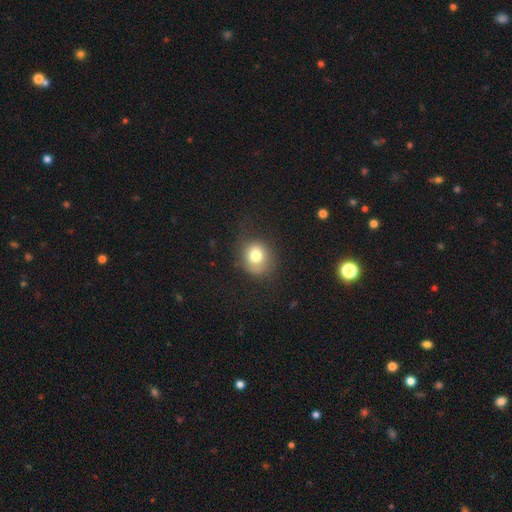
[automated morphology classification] This is likely a smooth galaxy (77%). How rounded: likely round (73%). Merging: likely none (67%).